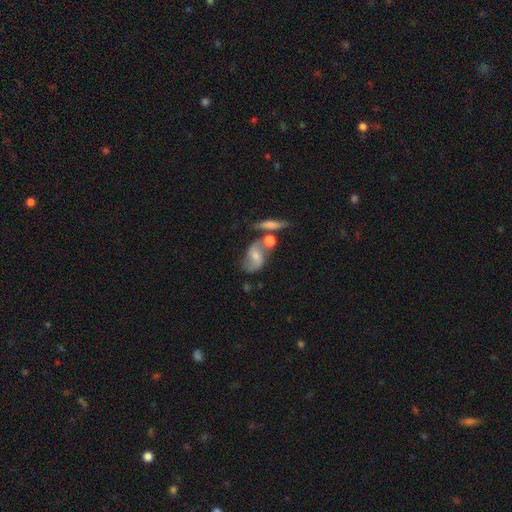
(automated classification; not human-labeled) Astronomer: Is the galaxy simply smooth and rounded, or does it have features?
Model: featured or disk — 60%.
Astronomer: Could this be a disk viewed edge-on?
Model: no — 92%.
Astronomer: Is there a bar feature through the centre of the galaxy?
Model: weak — 44% (runner-up: no, 39%).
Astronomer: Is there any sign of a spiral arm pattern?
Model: yes — 85%.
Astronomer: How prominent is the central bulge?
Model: small — 43% (runner-up: moderate, 42%).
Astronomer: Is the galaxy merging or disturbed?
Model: none — 49% (runner-up: merger, 26%).